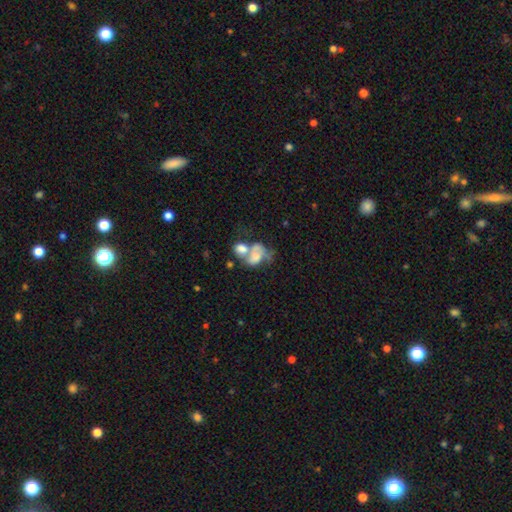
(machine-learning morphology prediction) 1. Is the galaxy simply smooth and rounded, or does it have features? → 47% smooth, 43% featured or disk, 10% star or artifact.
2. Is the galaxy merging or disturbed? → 63% merger, 15% major disturbance, 13% none, 9% minor disturbance.